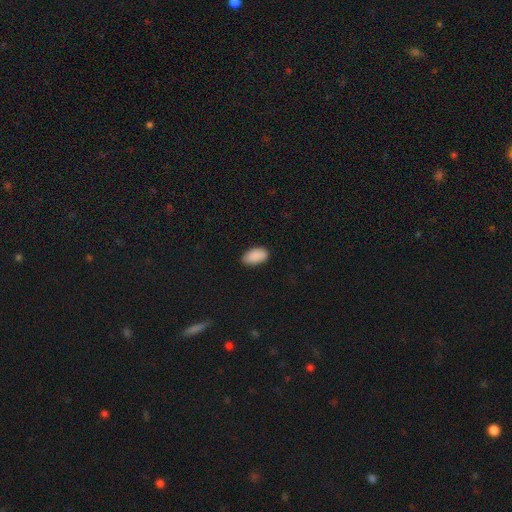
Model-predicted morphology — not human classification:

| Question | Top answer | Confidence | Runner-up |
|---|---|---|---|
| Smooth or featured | smooth | 90% | star or artifact (7%) |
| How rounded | in between | 95% | round (4%) |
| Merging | none | 83% | minor disturbance (13%) |